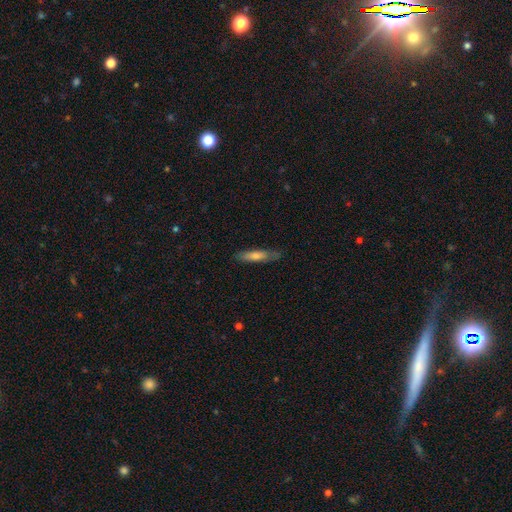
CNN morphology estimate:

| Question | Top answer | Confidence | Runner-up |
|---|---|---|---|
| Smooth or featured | smooth | 63% | featured or disk (31%) |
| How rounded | cigar-shaped | 83% | in between (15%) |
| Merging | none | 81% | minor disturbance (15%) |